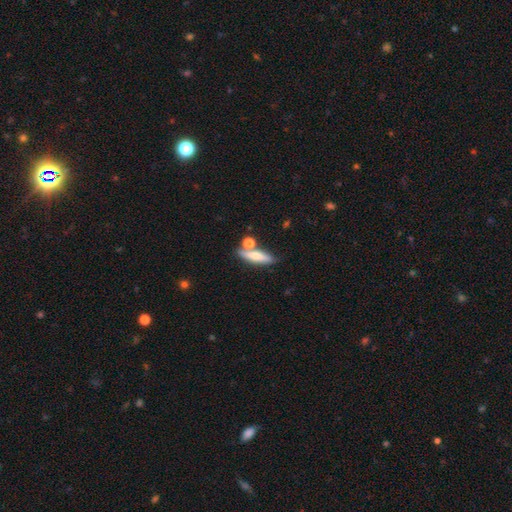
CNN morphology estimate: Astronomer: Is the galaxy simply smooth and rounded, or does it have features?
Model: smooth — 62%.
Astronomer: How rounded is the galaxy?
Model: cigar-shaped — 62%.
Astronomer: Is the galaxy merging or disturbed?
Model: none — 62%.